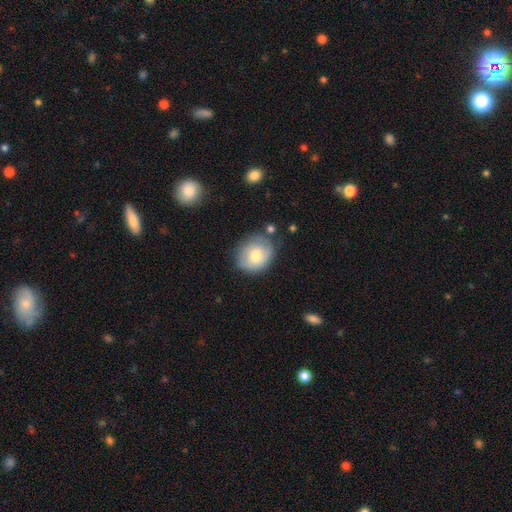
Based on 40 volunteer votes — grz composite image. It shows a smooth galaxy with no disk features (60%) that is round (71%). Merging: none (65%).